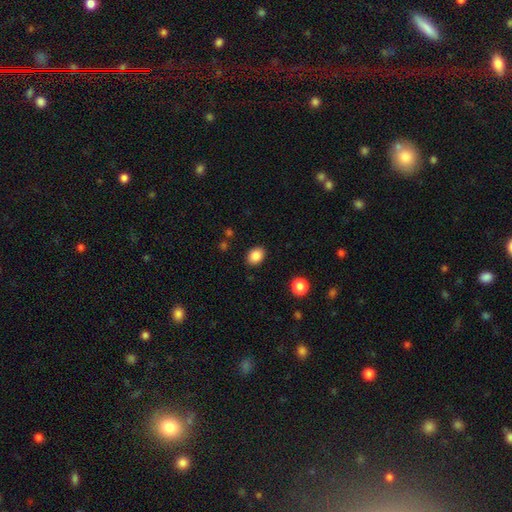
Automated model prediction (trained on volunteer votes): Morphology: type=smooth (87%); roundness=in between (62%); merging=none (88%).